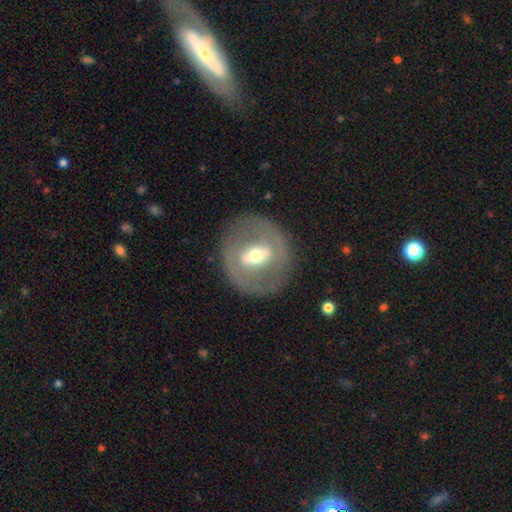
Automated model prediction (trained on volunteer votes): Smooth or featured? Predicted: featured or disk (p=0.64). Edge-on disk? Predicted: no (p=0.91). Bar? Predicted: strong (p=0.40). Spiral arms? Predicted: no (p=0.76). Bulge size? Predicted: moderate (p=0.66). Merging? Predicted: none (p=0.83).